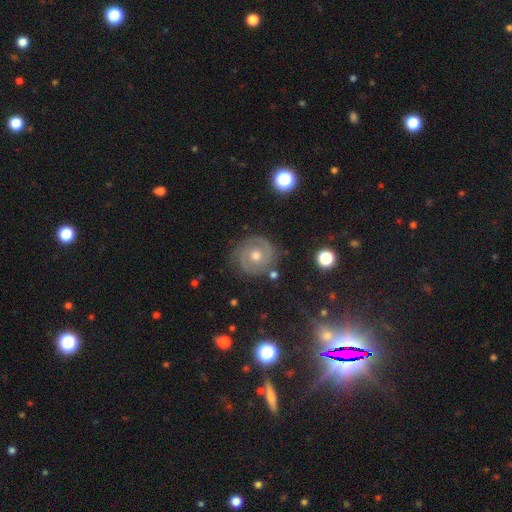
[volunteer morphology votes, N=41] This appears to be a featured or disk galaxy (83%) with no bar (82%), 2 (97%) tight (78%) spiral arms (97%) and a moderate central bulge (97%). Merging: none (89%).